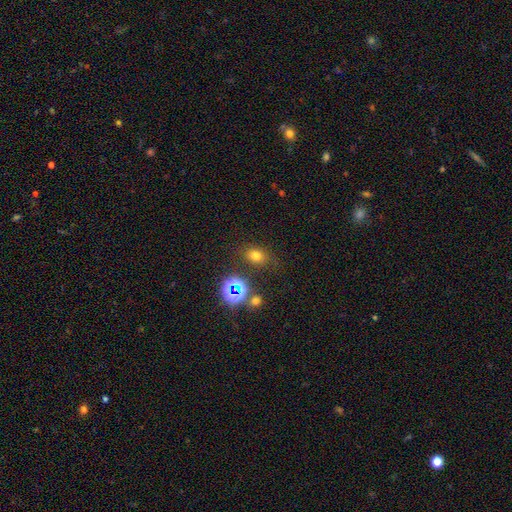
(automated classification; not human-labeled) The model was most divided on "how rounded": in between: 54%, round: 45%, cigar-shaped: 1%. More confident: merging — none (79%); smooth or featured — smooth (69%).